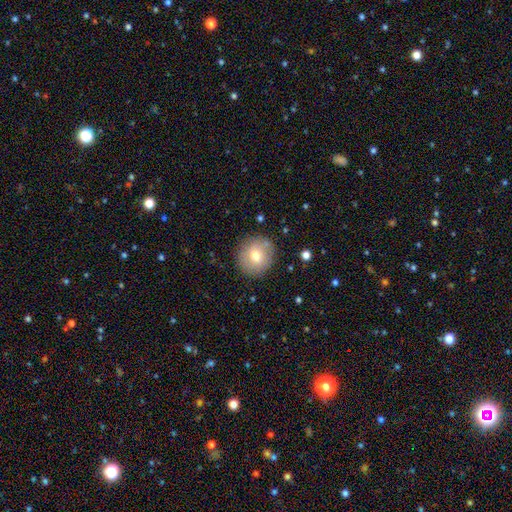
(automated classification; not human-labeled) This is likely a smooth galaxy (70%). How rounded: clearly round (91%). Merging: clearly none (85%).